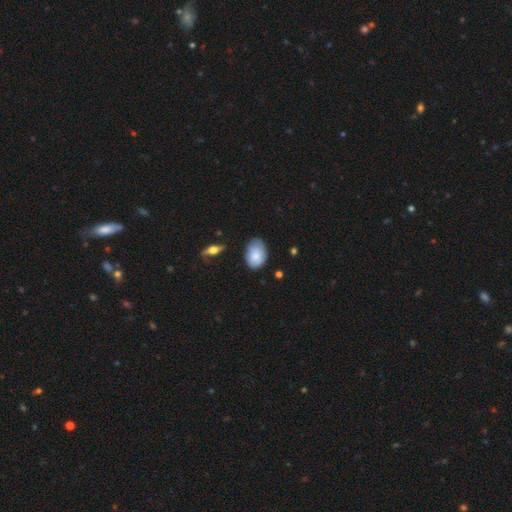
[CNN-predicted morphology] This is likely a smooth galaxy (78%). How rounded: clearly in between (86%). Merging: likely none (63%).